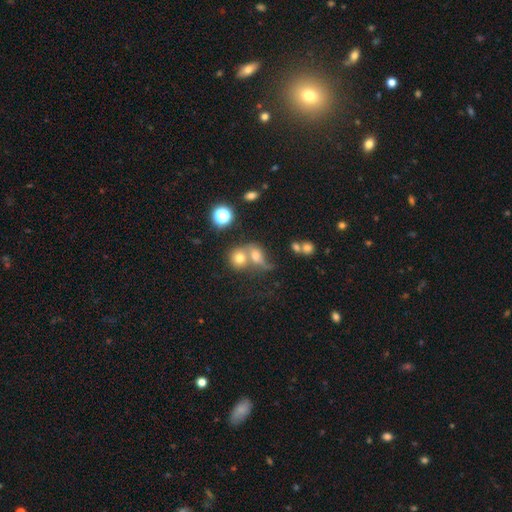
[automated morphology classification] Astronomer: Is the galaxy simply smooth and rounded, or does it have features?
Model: smooth — 62%.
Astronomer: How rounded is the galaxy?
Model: round — 54% (runner-up: in between, 44%).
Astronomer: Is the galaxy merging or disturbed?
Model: merger — 61%.